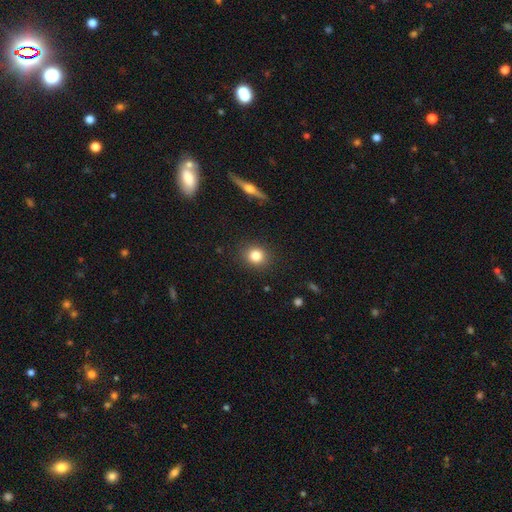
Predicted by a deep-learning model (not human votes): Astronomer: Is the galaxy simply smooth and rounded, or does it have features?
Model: smooth — 83%.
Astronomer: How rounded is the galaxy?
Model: round — 78%.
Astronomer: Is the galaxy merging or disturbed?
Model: none — 89%.